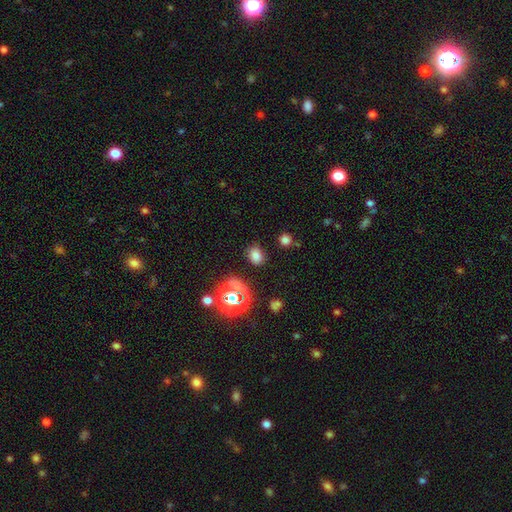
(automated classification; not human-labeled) This appears to be a smooth galaxy with no disk features (75%) that is in between round and cigar-shaped (55%). Merging: none (81%).